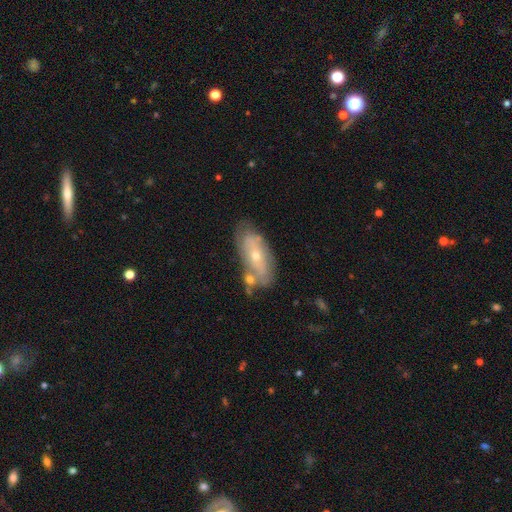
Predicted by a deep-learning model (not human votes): Morphology: type=featured or disk (63%); edge-on=no (85%); bar=no (72%); spiral arms=yes (60%); bulge=small (58%); merging=none (61%).